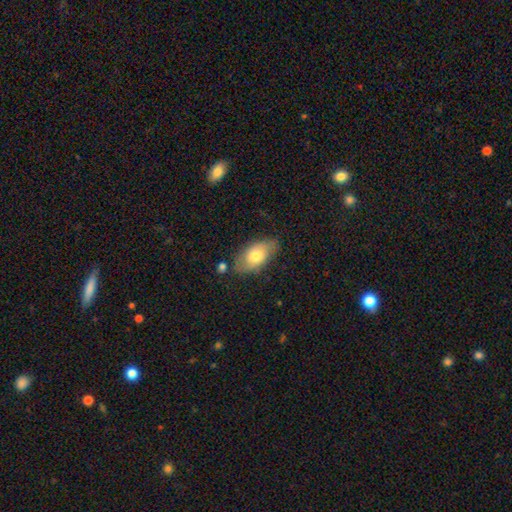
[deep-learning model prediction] Smooth or featured: smooth — 68% (featured or disk — 25%)
How rounded: in between — 91% (round — 6%)
Merging: none — 68% (minor disturbance — 22%)